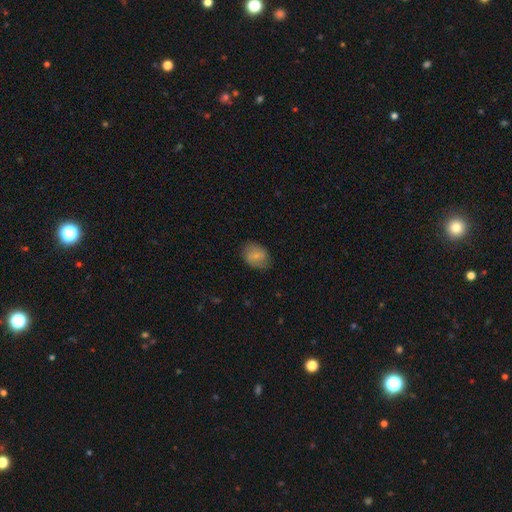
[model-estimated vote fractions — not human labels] This is likely a smooth galaxy (73%). How rounded: likely in between (63%). Merging: likely none (77%).